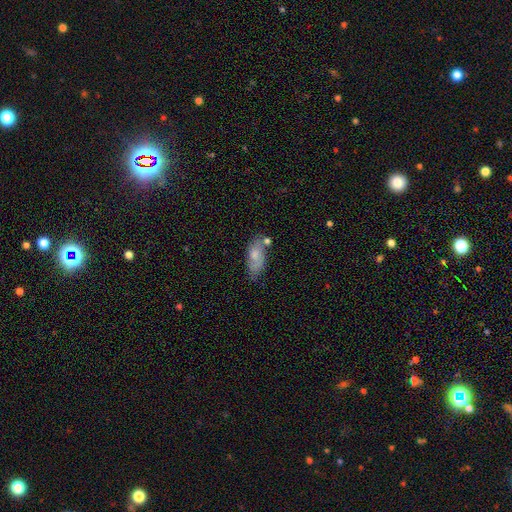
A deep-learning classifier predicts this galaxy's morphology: This is likely a smooth galaxy (65%). How rounded: clearly in between (85%). Merging: possibly none (54%).